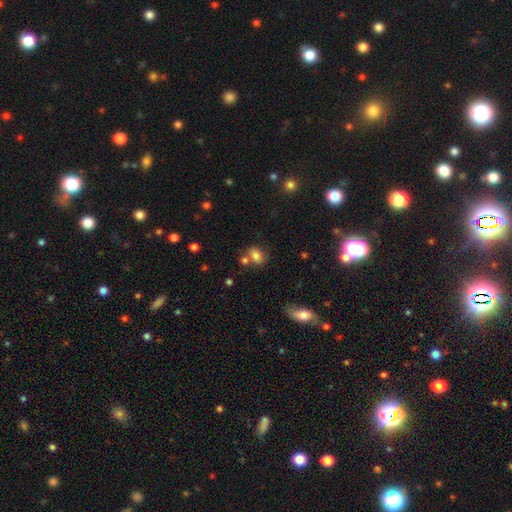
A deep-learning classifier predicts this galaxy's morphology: A smooth galaxy with no disk features (79%) that is in between round and cigar-shaped (67%). Merging: none (60%).